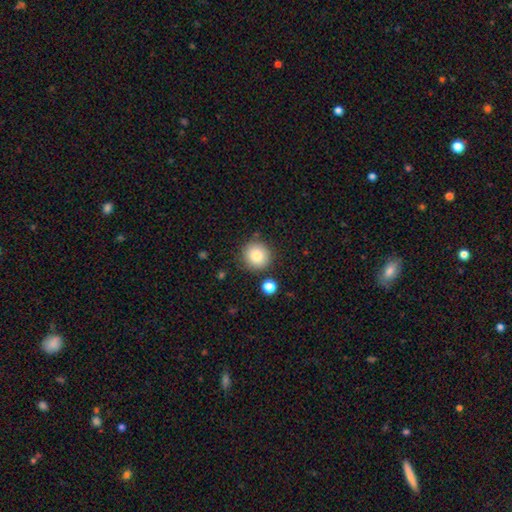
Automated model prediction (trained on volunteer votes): Morphology: type=smooth (85%); roundness=round (92%); merging=none (84%).